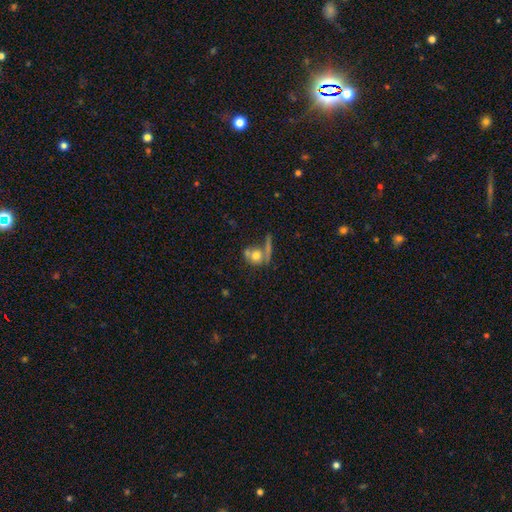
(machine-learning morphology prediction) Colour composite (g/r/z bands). It shows a smooth galaxy with no disk features (65%) that is round (64%). Merging: none (40%).